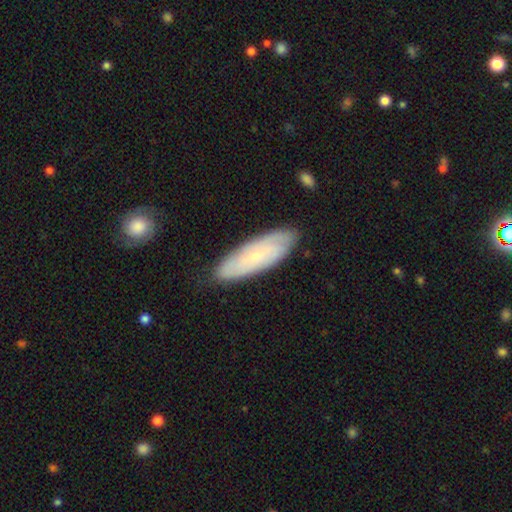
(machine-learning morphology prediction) Smooth or featured?
  - featured or disk: 47% *
  - smooth: 46%
  - star or artifact: 6%
Merging?
  - none: 81% *
  - minor disturbance: 14%
  - major disturbance: 3%
  - merger: 2%